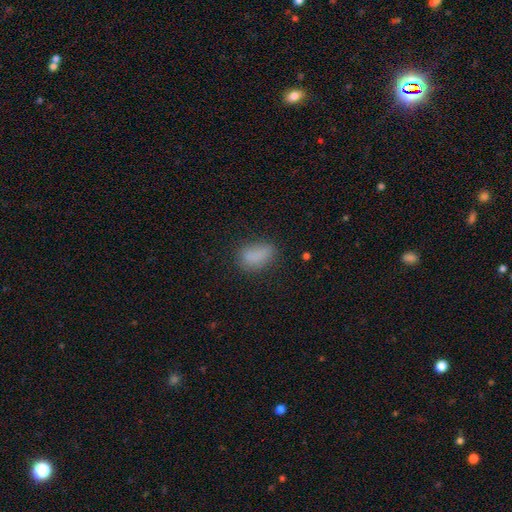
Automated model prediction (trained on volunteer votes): A smooth galaxy with no disk features (83%) that is in between round and cigar-shaped (87%).

Vote fractions:
- Smooth or featured? smooth: 83% / star or artifact: 11% / featured or disk: 7%
- How rounded? in between: 87% / round: 8% / cigar-shaped: 4%
- Merging? none: 67% / minor disturbance: 23% / major disturbance: 8% / merger: 2%